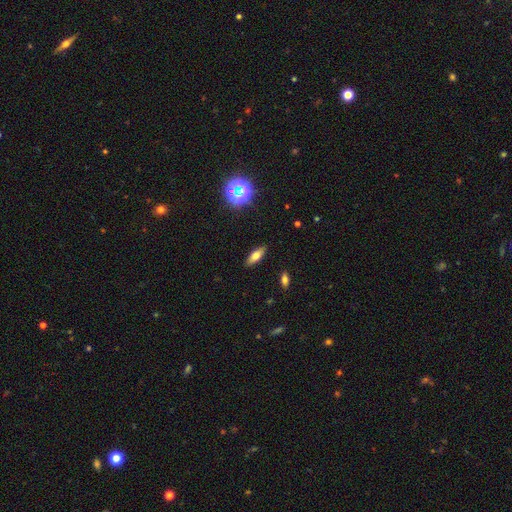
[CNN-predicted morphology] The model was most divided on "how rounded": in between: 67%, cigar-shaped: 30%, round: 4%. More confident: merging — none (88%); smooth or featured — smooth (65%).